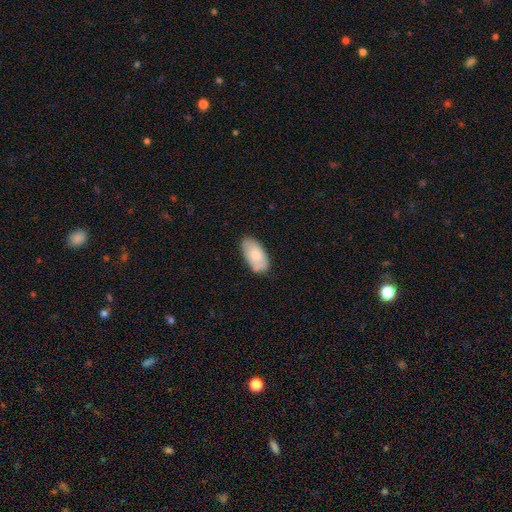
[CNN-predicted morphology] Smooth or featured? smooth (80%)
How rounded? in between (95%)
Merging? none (75%)